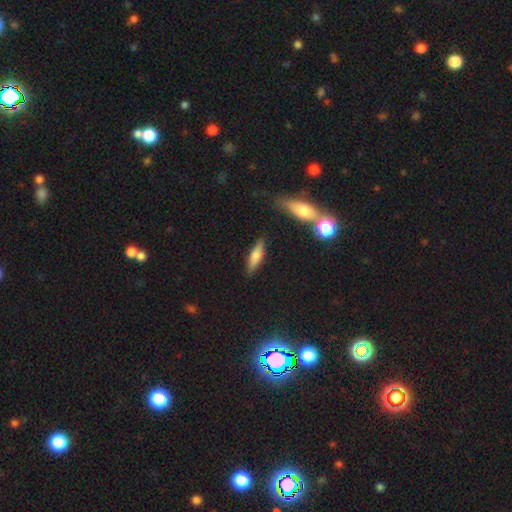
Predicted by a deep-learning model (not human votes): This is likely a smooth galaxy (68%). How rounded: possibly cigar-shaped (60%). Merging: clearly none (84%).